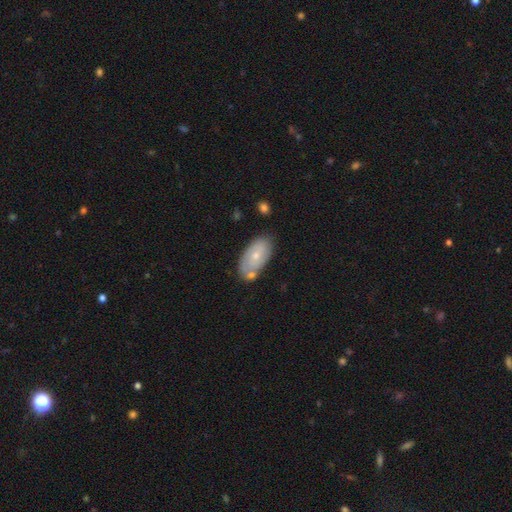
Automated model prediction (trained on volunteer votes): Overall: smooth (52%; featured or disk 42%). How rounded: in between (93%). Merging: none (60%; minor disturbance 21%).